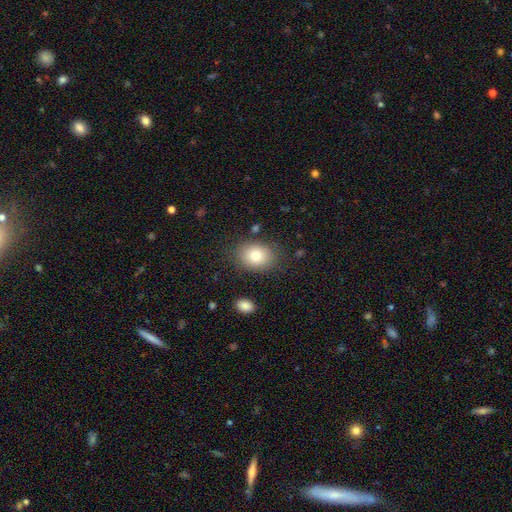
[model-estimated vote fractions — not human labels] This is likely a smooth galaxy (80%). How rounded: likely in between (69%). Merging: clearly none (83%).